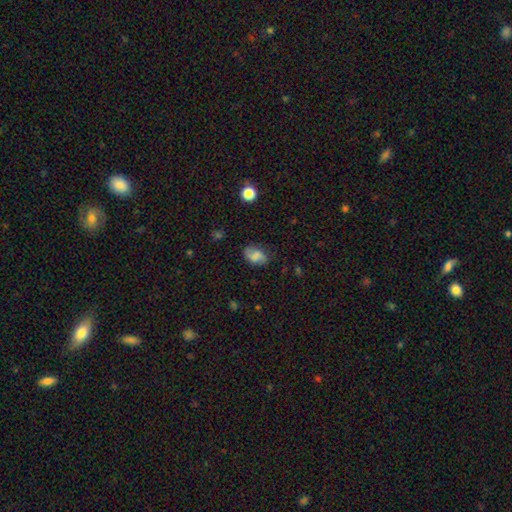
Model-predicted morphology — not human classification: type=smooth (59%); roundness=in between (84%); merging=none (69%).